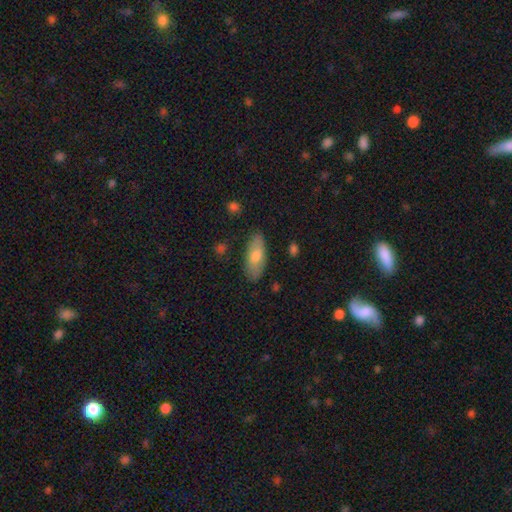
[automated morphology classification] smooth-or-featured: smooth: 71% | featured or disk: 22% | star or artifact: 7%
  how-rounded: in between: 78% | cigar-shaped: 19% | round: 3%
  merging: none: 85% | minor disturbance: 12% | major disturbance: 2% | merger: 2%